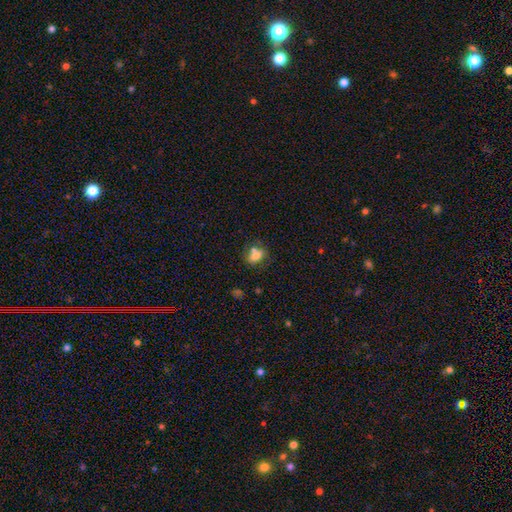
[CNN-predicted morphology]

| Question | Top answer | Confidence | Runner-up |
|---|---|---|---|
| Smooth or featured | smooth | 69% | featured or disk (18%) |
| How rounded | in between | 54% | round (44%) |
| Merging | none | 54% | merger (22%) |